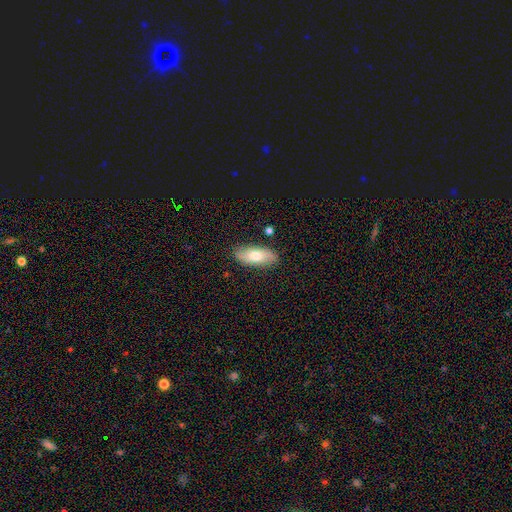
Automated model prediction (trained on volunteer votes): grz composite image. It shows a smooth galaxy with no disk features (67%) that is in between round and cigar-shaped (83%). Merging: none (85%).